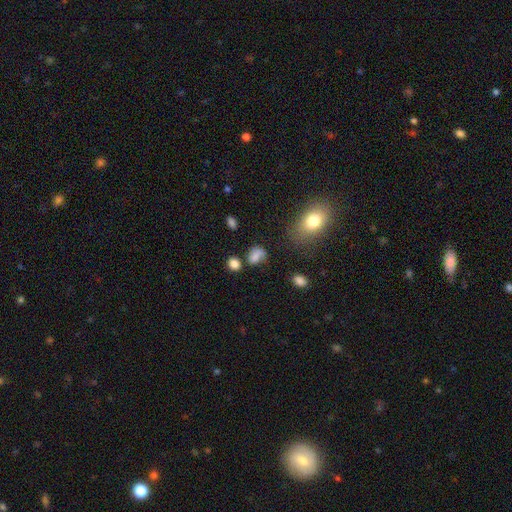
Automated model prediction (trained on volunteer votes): A smooth galaxy with no disk features (72%) that is in between round and cigar-shaped (62%). Merging: none (50%).